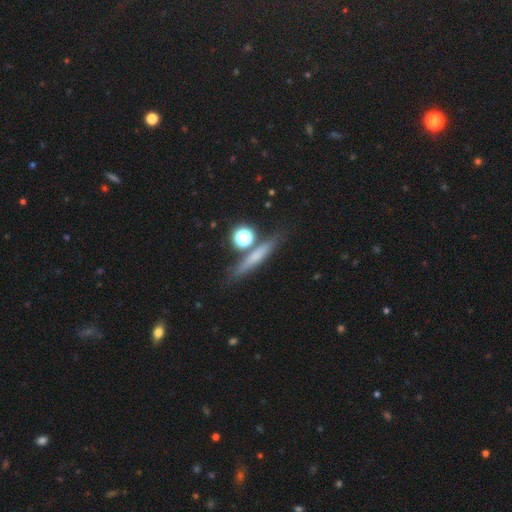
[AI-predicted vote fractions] Q: Smooth or featured?
A: smooth (56%); runner-up: featured or disk (31%)
Q: How rounded?
A: cigar-shaped (77%); runner-up: round (13%)
Q: Merging?
A: none (77%); runner-up: minor disturbance (11%)